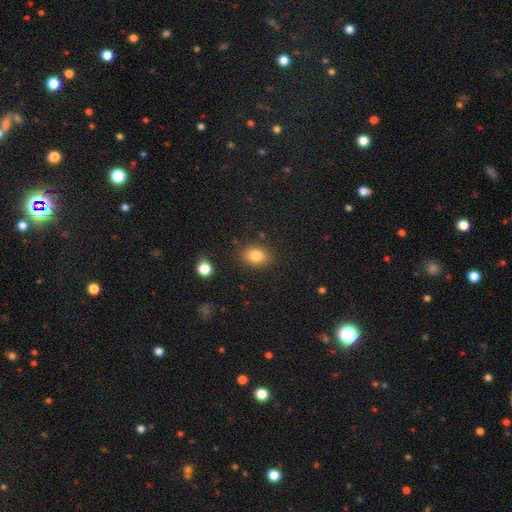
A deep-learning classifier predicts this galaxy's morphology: Smooth or featured? Predicted: smooth (p=0.83). How rounded? Predicted: in between (p=0.67). Merging? Predicted: none (p=0.83).